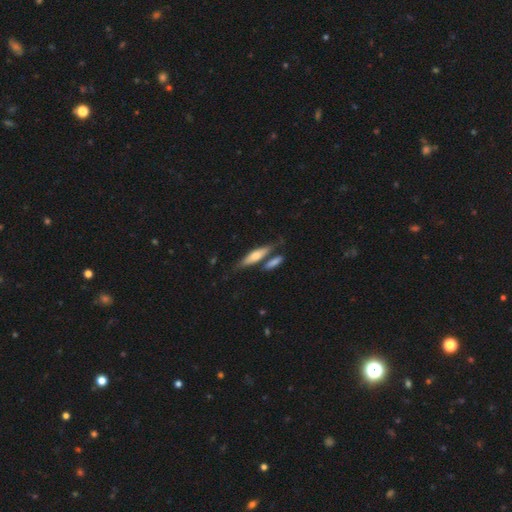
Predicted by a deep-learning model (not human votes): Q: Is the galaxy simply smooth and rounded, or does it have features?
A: smooth — 50%.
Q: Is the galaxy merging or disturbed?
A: none — 64%.